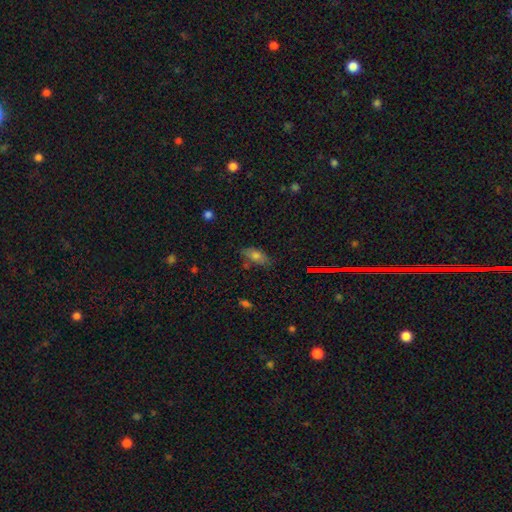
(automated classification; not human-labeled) A smooth galaxy with no disk features (71%) that is in between round and cigar-shaped (81%).

Vote fractions:
- Smooth or featured? smooth: 71% / featured or disk: 17% / star or artifact: 12%
- How rounded? in between: 81% / cigar-shaped: 15% / round: 4%
- Merging? none: 71% / minor disturbance: 19% / merger: 5% / major disturbance: 5%